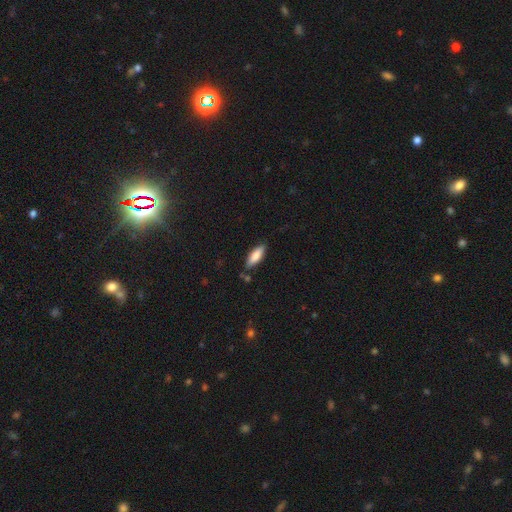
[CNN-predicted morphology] Smooth or featured?
  - smooth: 81% *
  - featured or disk: 13%
  - star or artifact: 6%
How rounded?
  - in between: 63% *
  - cigar-shaped: 35%
  - round: 2%
Merging?
  - none: 80% *
  - minor disturbance: 14%
  - merger: 4%
  - major disturbance: 3%